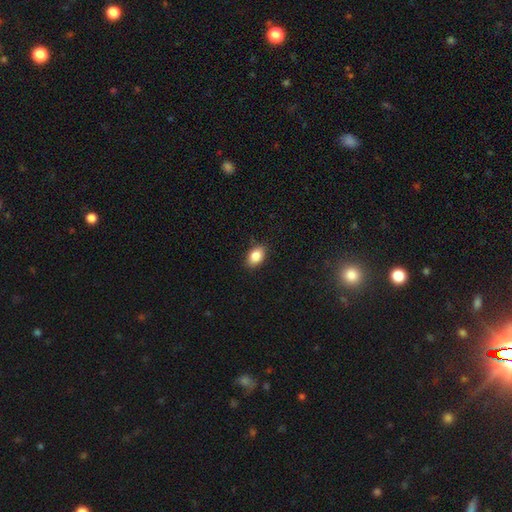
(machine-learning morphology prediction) smooth 86%, star or artifact 8%, featured or disk 6%. Down the decision tree: how rounded — in between (85%); merging — none (88%).